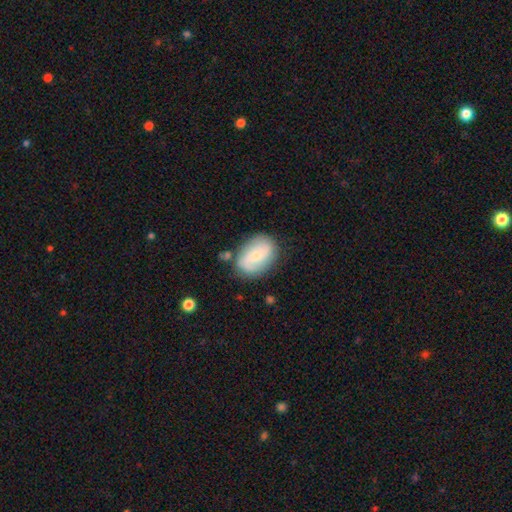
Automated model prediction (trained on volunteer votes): Smooth or featured: featured or disk — 51% (smooth — 42%)
Edge-on disk: no — 96% (yes — 4%)
Merging: none — 73% (minor disturbance — 18%)